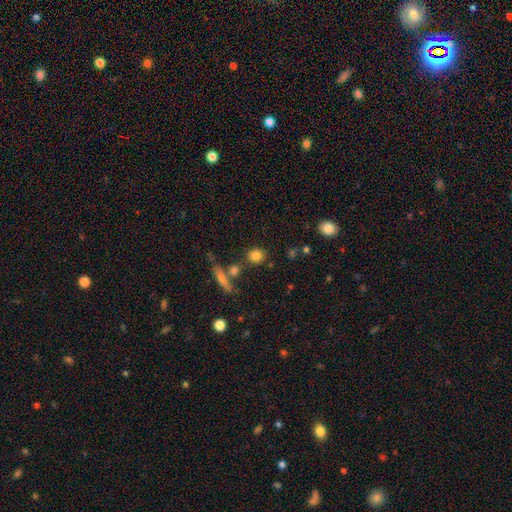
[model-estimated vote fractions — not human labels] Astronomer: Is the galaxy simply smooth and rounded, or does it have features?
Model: smooth — 82%.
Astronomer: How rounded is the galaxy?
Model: round — 77%.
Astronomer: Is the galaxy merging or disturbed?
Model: none — 75%.